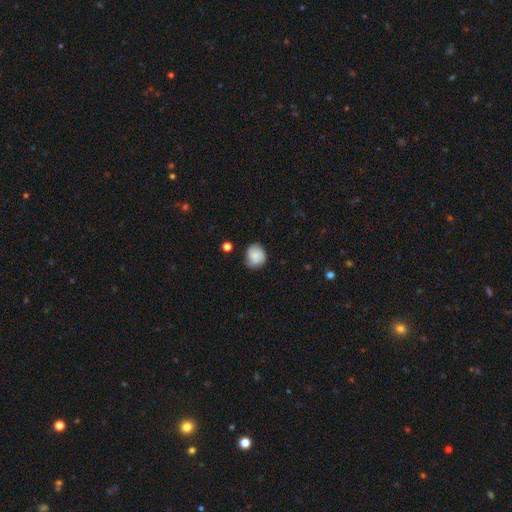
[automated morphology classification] The model was most divided on "merging": none: 65%, minor disturbance: 27%, major disturbance: 6%, merger: 3%. More confident: how rounded — round (76%); smooth or featured — smooth (75%).